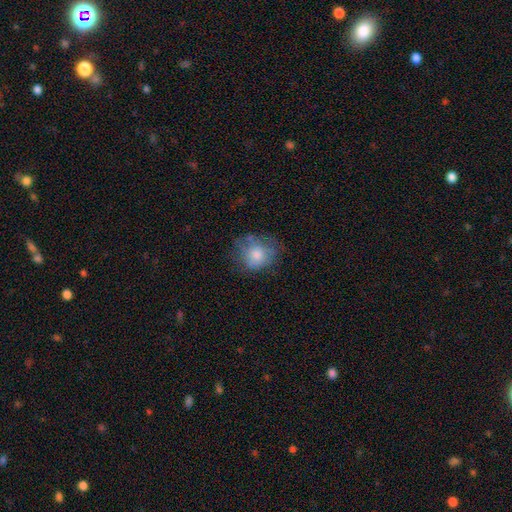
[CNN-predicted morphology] smooth 68%, featured or disk 23%, star or artifact 10%. Down the decision tree: how rounded — round (74%); merging — none (59%).